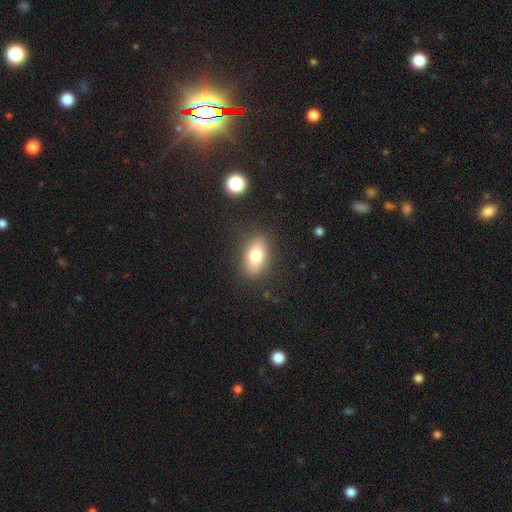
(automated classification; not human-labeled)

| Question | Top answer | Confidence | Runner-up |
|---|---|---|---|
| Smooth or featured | smooth | 76% | featured or disk (15%) |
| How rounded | in between | 85% | round (11%) |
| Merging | none | 85% | minor disturbance (10%) |